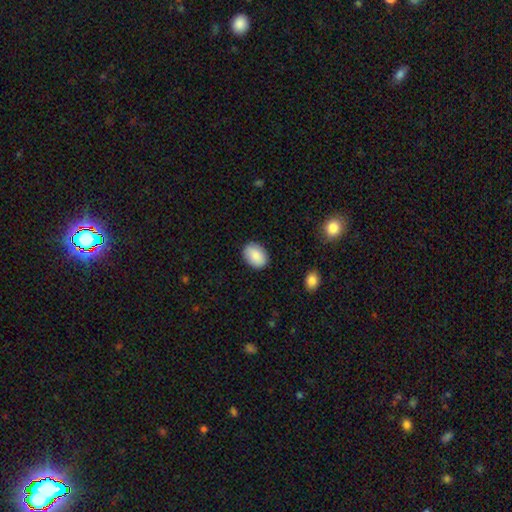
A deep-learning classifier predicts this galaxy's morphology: A smooth galaxy with no disk features (86%) that is in between round and cigar-shaped (77%). Merging: none (87%).